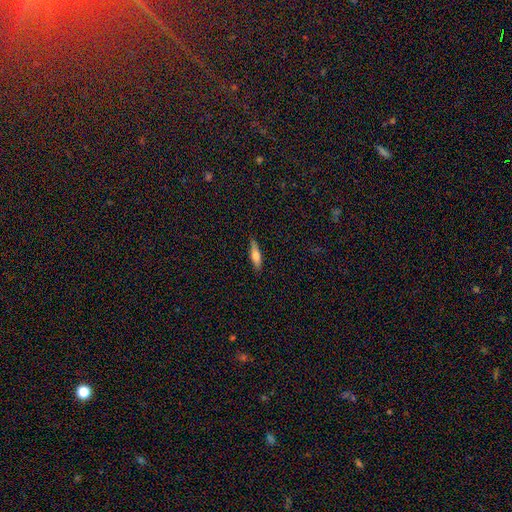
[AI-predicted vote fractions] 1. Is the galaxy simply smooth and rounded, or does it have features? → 66% smooth, 27% featured or disk, 7% star or artifact.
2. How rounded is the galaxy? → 64% cigar-shaped, 34% in between, 2% round.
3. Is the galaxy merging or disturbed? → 84% none, 12% minor disturbance, 2% major disturbance, 1% merger.